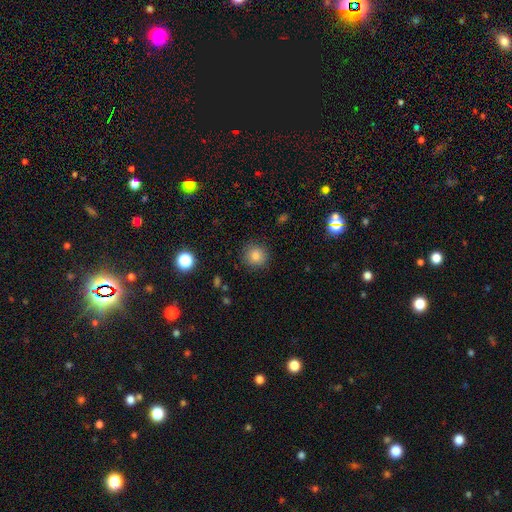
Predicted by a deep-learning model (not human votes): Smooth or featured?
  - smooth: 82% *
  - star or artifact: 12%
  - featured or disk: 6%
How rounded?
  - round: 93% *
  - in between: 6%
  - cigar-shaped: 1%
Merging?
  - none: 89% *
  - minor disturbance: 7%
  - major disturbance: 2%
  - merger: 1%